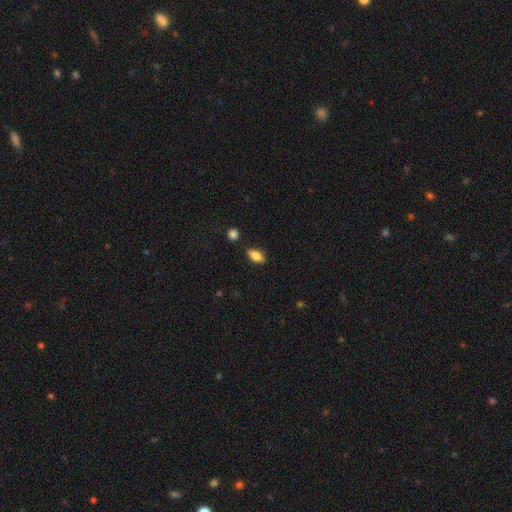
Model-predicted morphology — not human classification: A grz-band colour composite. It shows a smooth galaxy with no disk features (80%) that is in between round and cigar-shaped (86%). Merging: none (84%).